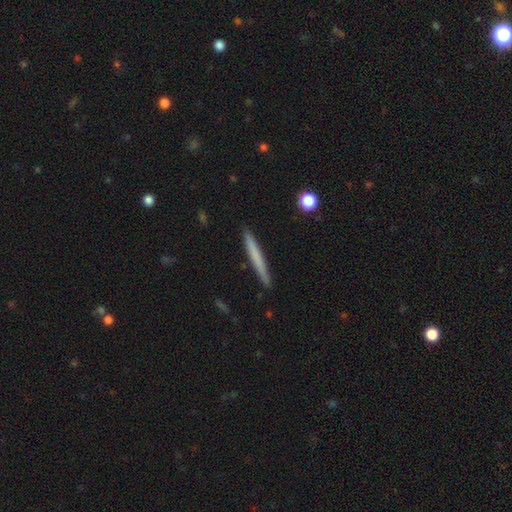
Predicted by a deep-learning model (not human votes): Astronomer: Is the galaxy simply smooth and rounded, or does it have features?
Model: smooth — 64%.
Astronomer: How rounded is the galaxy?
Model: cigar-shaped — 97%.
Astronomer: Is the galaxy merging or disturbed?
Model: none — 91%.